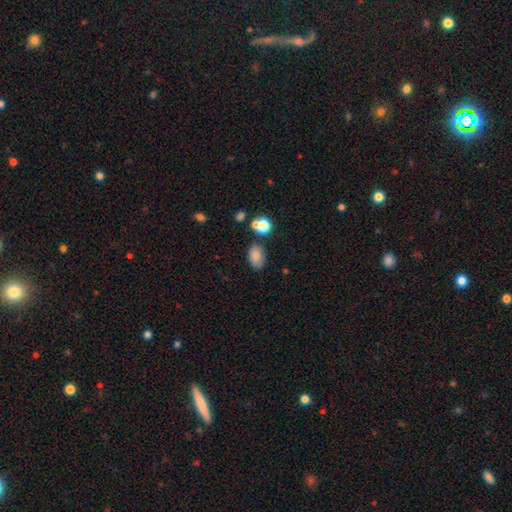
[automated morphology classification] smooth 83%, star or artifact 11%, featured or disk 7%. Down the decision tree: how rounded — in between (87%); merging — none (70%).